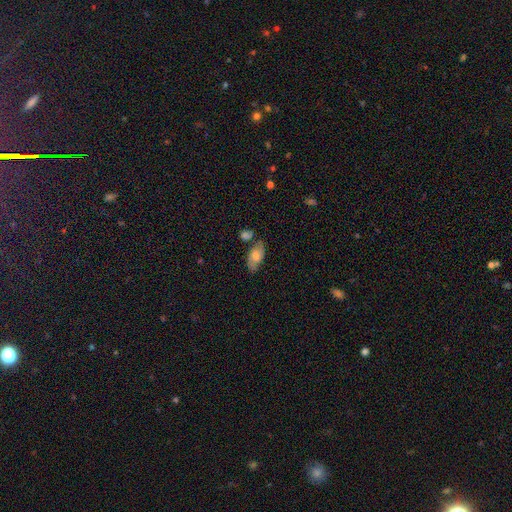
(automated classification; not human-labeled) This appears to be a smooth galaxy with no disk features (57%) that is in between round and cigar-shaped (89%). Merging: none (65%).